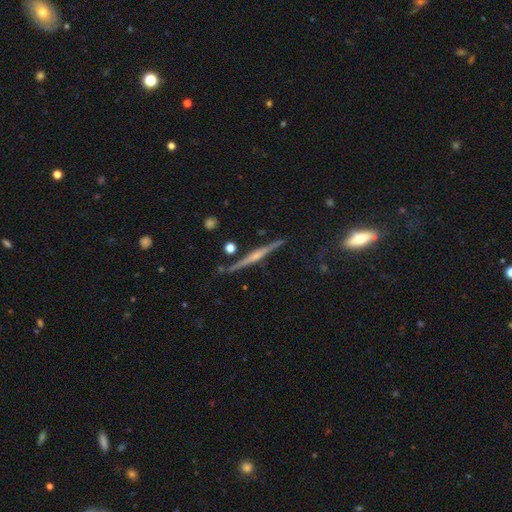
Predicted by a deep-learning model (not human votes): Smooth or featured: featured or disk — 83% (smooth — 11%)
Edge-on disk: yes — 98% (no — 2%)
Edge-on bulge: rounded — 79% (none — 12%)
Merging: none — 87% (minor disturbance — 9%)